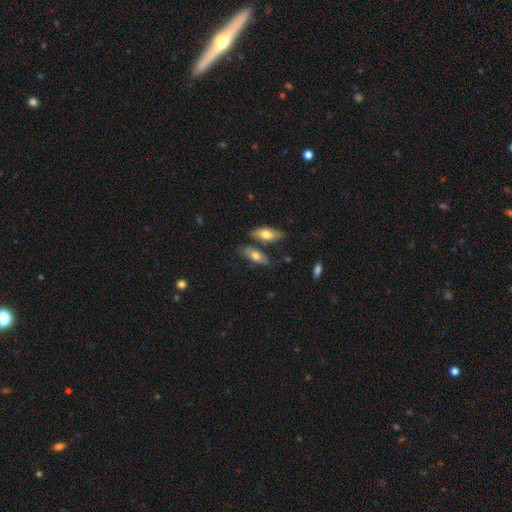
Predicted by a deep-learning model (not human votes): A smooth galaxy with no disk features (64%) that is in between round and cigar-shaped (72%).

Vote fractions:
- Smooth or featured? smooth: 64% / featured or disk: 29% / star or artifact: 7%
- How rounded? in between: 72% / cigar-shaped: 25% / round: 3%
- Merging? none: 63% / merger: 19% / minor disturbance: 14% / major disturbance: 4%